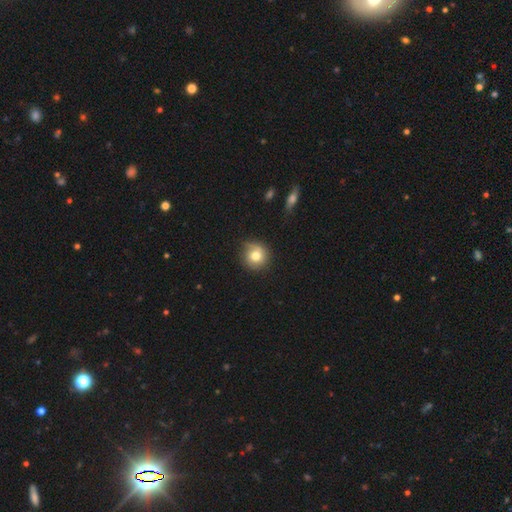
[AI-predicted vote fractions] Overall: smooth (76%). How rounded: round (91%). Merging: none (74%).